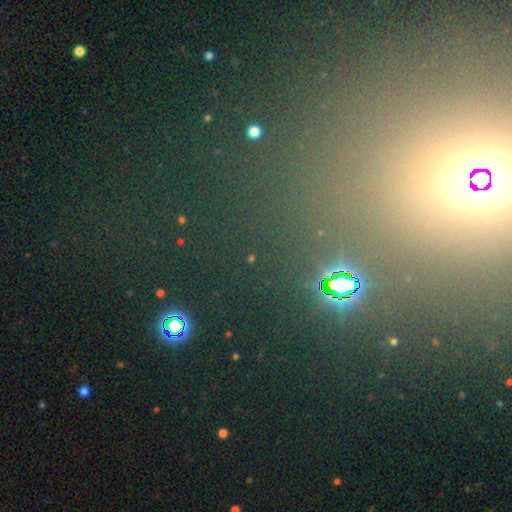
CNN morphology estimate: star or artifact 70%, smooth 21%, featured or disk 9%.